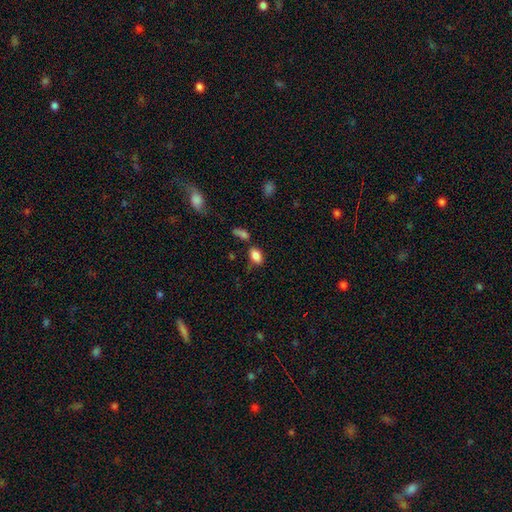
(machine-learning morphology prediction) A smooth galaxy with no disk features (86%) that is in between round and cigar-shaped (90%).

Vote fractions:
- Smooth or featured? smooth: 86% / star or artifact: 9% / featured or disk: 5%
- How rounded? in between: 90% / round: 8% / cigar-shaped: 2%
- Merging? none: 66% / minor disturbance: 16% / merger: 13% / major disturbance: 5%